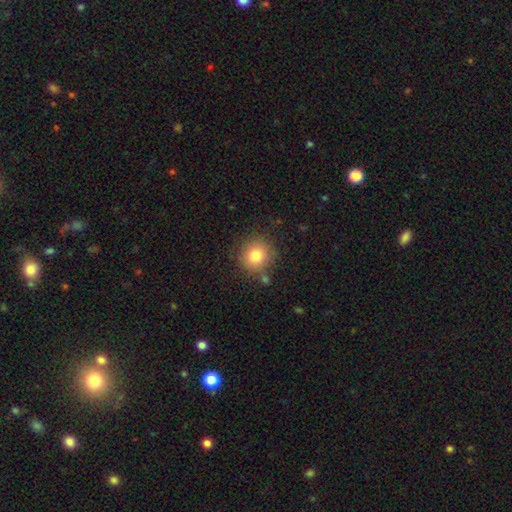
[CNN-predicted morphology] smooth-or-featured: smooth: 80% | star or artifact: 11% | featured or disk: 9%
  how-rounded: round: 88% | in between: 11% | cigar-shaped: 1%
  merging: none: 80% | minor disturbance: 11% | merger: 5% | major disturbance: 4%